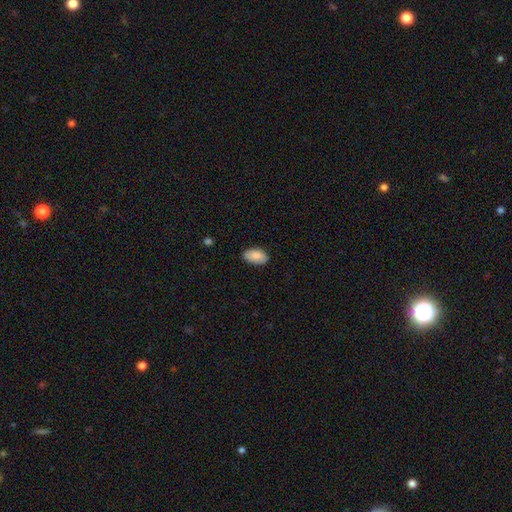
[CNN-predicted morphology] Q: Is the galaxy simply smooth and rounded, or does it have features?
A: smooth — 87%.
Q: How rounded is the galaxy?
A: in between — 94%.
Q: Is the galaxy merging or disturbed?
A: none — 82%.